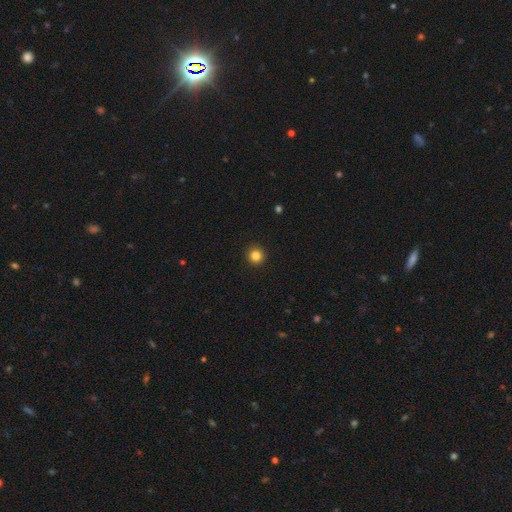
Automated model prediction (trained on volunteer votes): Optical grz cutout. It shows a smooth galaxy with no disk features (84%) that is round (96%). Merging: none (94%).